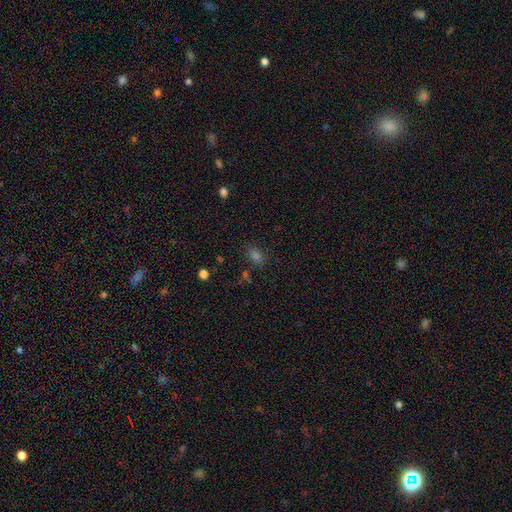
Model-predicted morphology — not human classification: type=smooth (67%); roundness=in between (76%); merging=none (80%).